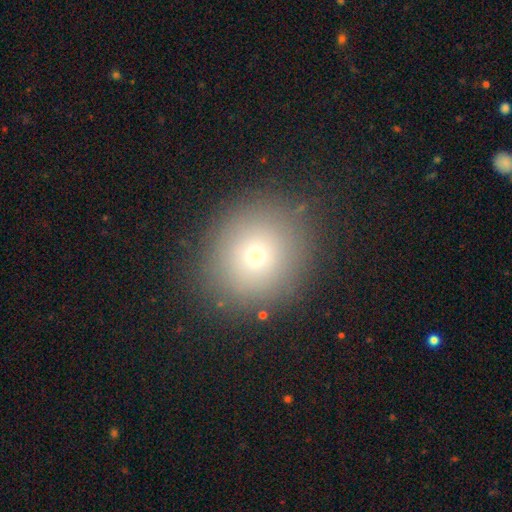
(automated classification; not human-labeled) A smooth galaxy with no disk features (71%) that is round (85%).

Vote fractions:
- Smooth or featured? smooth: 71% / star or artifact: 17% / featured or disk: 12%
- How rounded? round: 85% / in between: 14% / cigar-shaped: 1%
- Merging? none: 86% / minor disturbance: 8% / major disturbance: 4% / merger: 1%